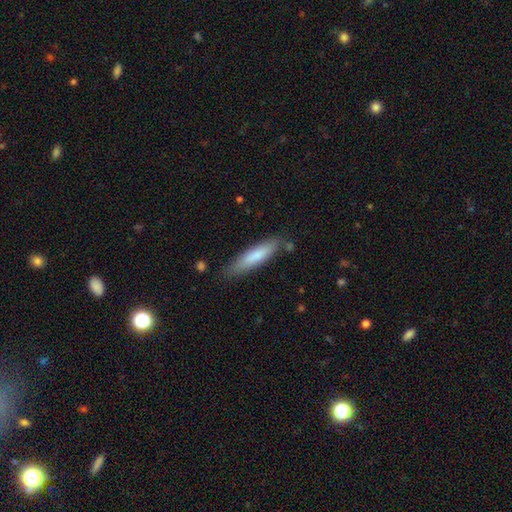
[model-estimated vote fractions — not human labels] Smooth or featured? Predicted: smooth (p=0.76). How rounded? Predicted: cigar-shaped (p=0.79). Merging? Predicted: none (p=0.80).